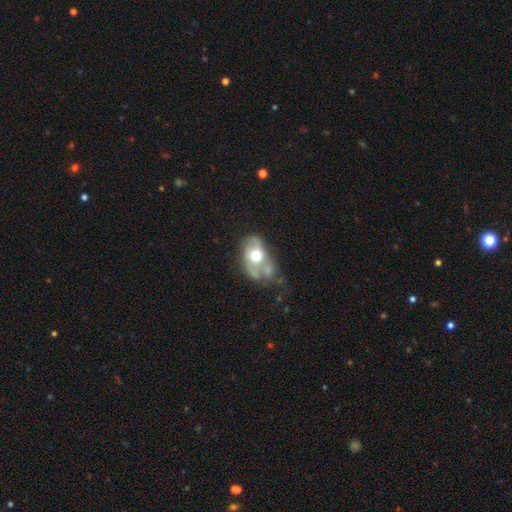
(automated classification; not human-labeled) This appears to be a smooth galaxy with no disk features (47%). Merging: none (32%).